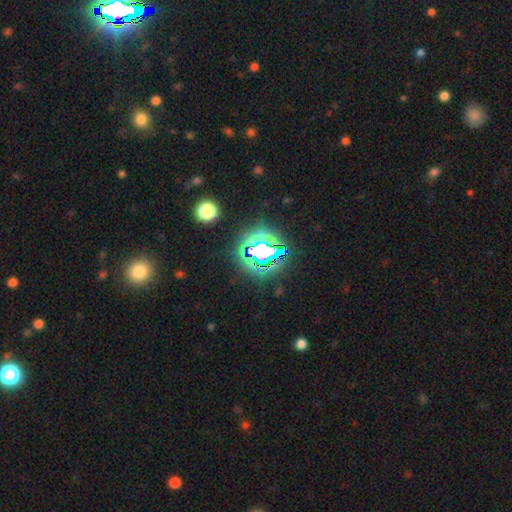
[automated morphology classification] This is likely a star or artifact rather than a galaxy (73%).